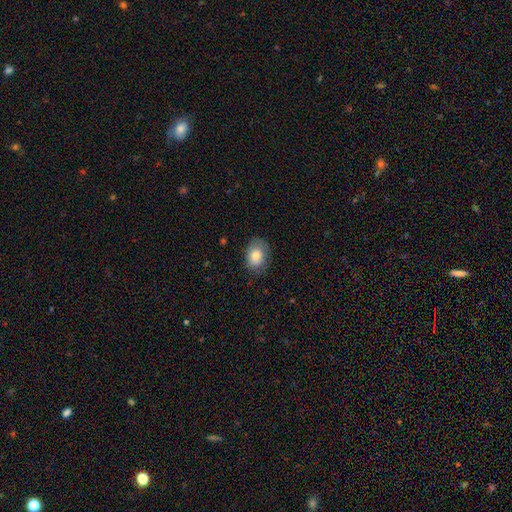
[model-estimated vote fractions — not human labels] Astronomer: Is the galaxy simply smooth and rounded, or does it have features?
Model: smooth — 79%.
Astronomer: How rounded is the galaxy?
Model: in between — 72%.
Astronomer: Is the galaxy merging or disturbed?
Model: none — 74%.